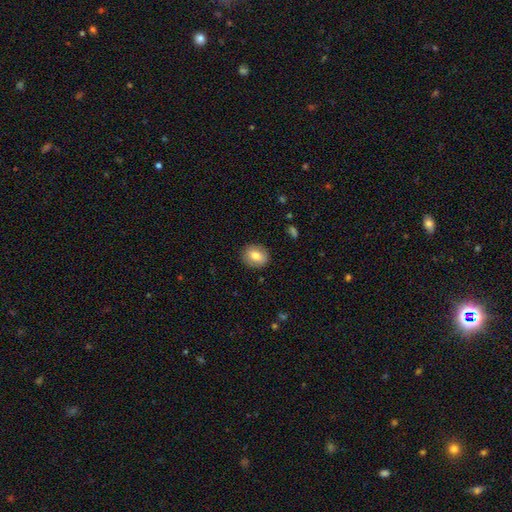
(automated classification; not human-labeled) A smooth galaxy with no disk features (74%) that is round (67%). Merging: none (88%).